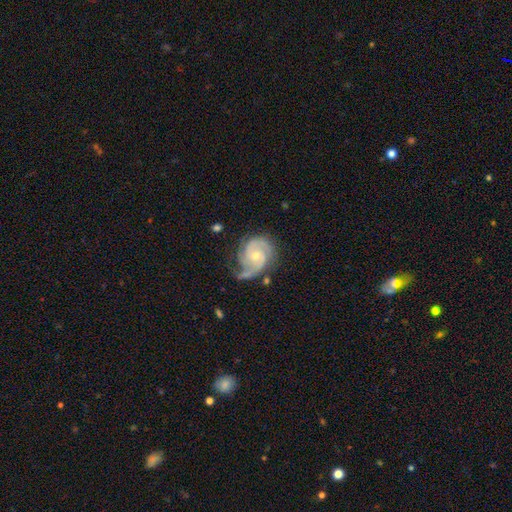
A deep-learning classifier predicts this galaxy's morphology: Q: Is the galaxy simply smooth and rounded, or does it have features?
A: featured or disk — 89%.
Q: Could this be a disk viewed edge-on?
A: no — 98%.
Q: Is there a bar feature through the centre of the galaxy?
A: no — 67%.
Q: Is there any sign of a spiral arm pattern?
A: yes — 98%.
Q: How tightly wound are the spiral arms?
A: medium — 46%.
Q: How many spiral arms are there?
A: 2 — 60%.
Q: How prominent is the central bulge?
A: small — 57%.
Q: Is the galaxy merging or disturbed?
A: none — 59%.